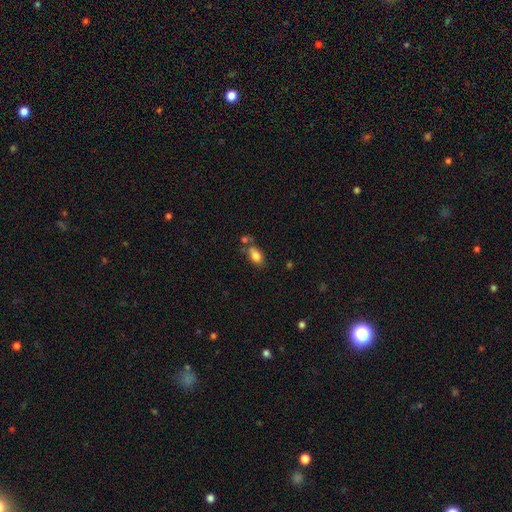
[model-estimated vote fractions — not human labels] Smooth or featured? Predicted: smooth (p=0.81). How rounded? Predicted: in between (p=0.88). Merging? Predicted: none (p=0.54).